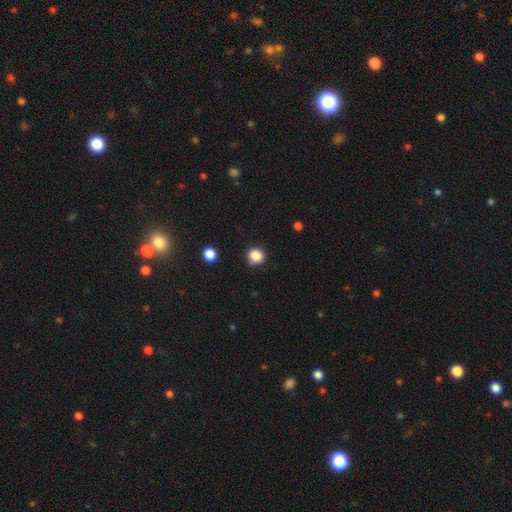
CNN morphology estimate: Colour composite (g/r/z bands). It shows a smooth galaxy with no disk features (86%) that is round (88%). Merging: none (84%).